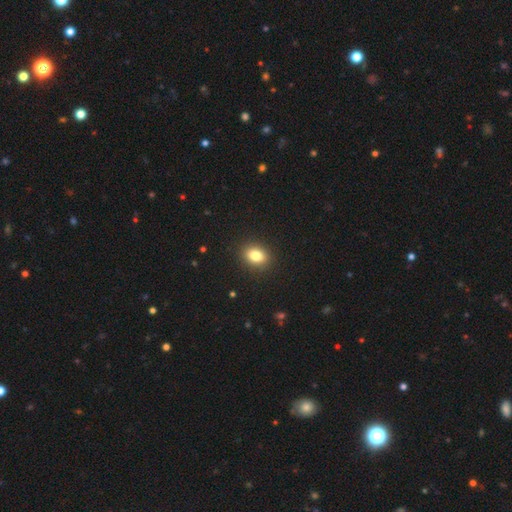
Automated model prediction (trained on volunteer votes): This appears to be a smooth galaxy with no disk features (84%) that is in between round and cigar-shaped (67%). Merging: none (90%).